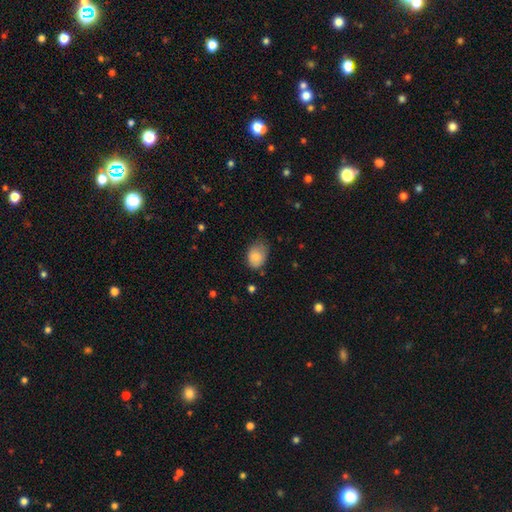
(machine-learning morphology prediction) A smooth galaxy with no disk features (85%) that is in between round and cigar-shaped (69%). Merging: none (55%).